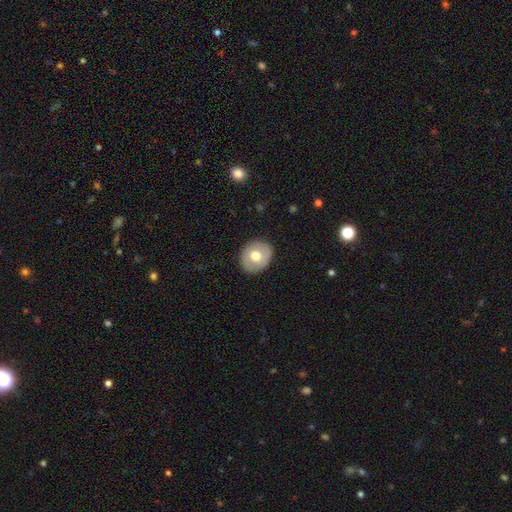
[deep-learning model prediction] smooth 63%, featured or disk 31%, star or artifact 7%. Down the decision tree: how rounded — round (64%); merging — none (86%).